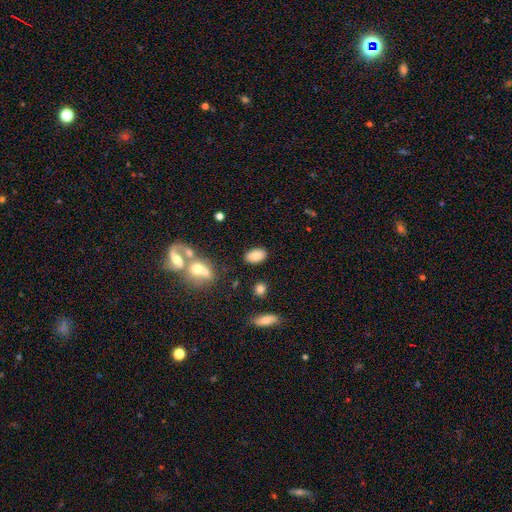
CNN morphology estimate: This is clearly a smooth galaxy (82%). How rounded: clearly in between (90%). Merging: clearly none (84%).